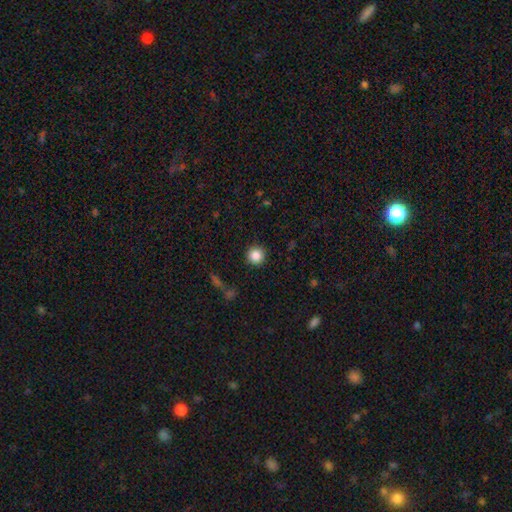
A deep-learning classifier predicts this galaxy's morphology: The model was most divided on "smooth or featured": smooth: 85%, star or artifact: 10%, featured or disk: 5%. More confident: how rounded — round (95%); merging — none (91%).